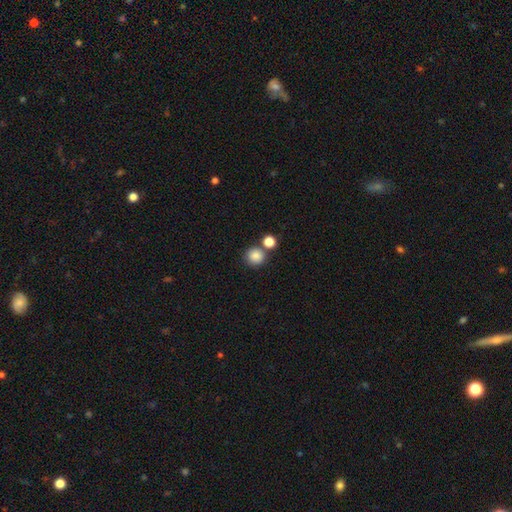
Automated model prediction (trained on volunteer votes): Overall: smooth (85%). How rounded: round (91%). Merging: none (70%).